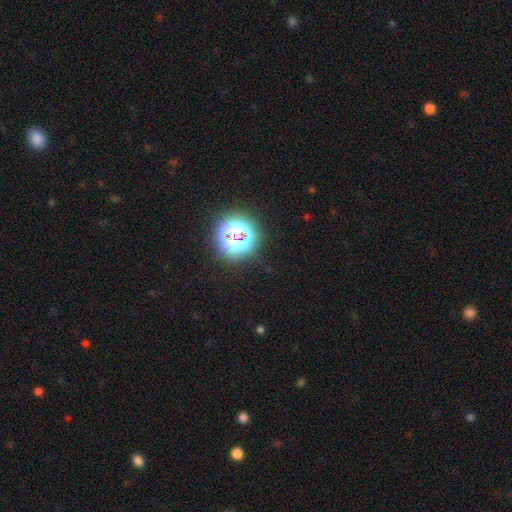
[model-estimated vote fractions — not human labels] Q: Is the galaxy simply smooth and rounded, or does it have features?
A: star or artifact — 78%.